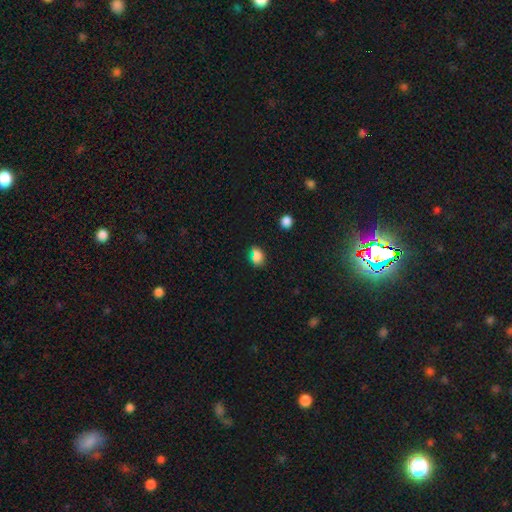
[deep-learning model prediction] A smooth galaxy with no disk features (77%) that is in between round and cigar-shaped (58%). Merging: none (71%).